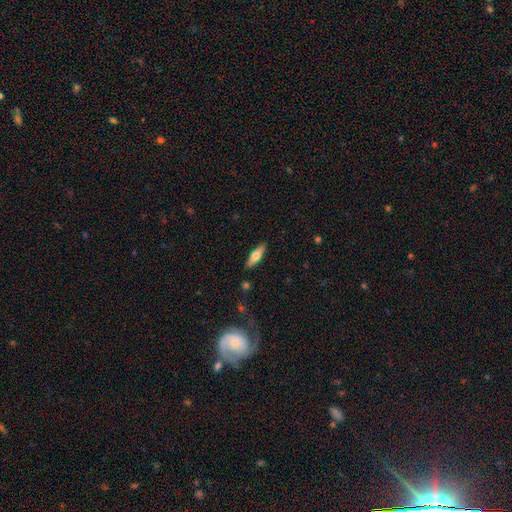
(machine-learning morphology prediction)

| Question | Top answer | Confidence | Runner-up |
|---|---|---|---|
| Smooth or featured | smooth | 55% | featured or disk (39%) |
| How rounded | cigar-shaped | 52% | in between (46%) |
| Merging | none | 88% | minor disturbance (9%) |